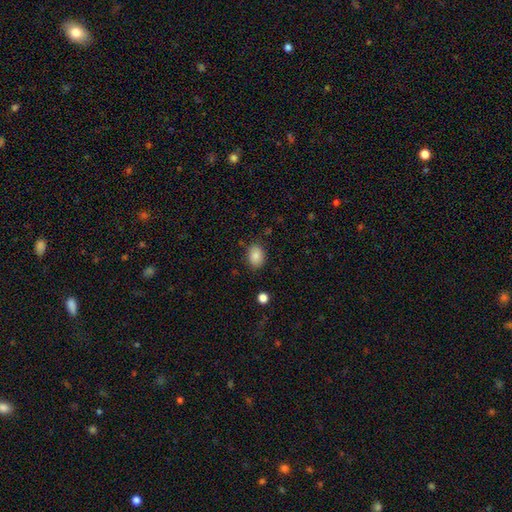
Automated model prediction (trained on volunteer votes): smooth_or_featured: smooth (p=0.86) [alt: star or artifact p=0.08]
how_rounded: in between (p=0.73) [alt: round p=0.26]
merging: none (p=0.83) [alt: minor disturbance p=0.12]